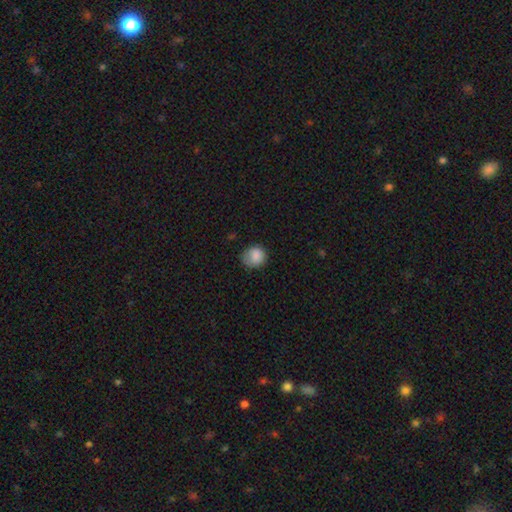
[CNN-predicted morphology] Smooth or featured?
  - smooth: 85% *
  - star or artifact: 8%
  - featured or disk: 7%
How rounded?
  - round: 74% *
  - in between: 25%
  - cigar-shaped: 1%
Merging?
  - none: 64% *
  - minor disturbance: 27%
  - major disturbance: 8%
  - merger: 1%